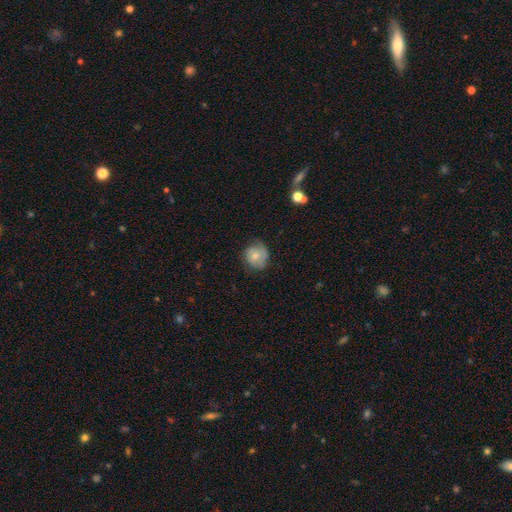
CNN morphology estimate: This is likely a smooth galaxy (63%). How rounded: clearly round (83%). Merging: likely none (65%).